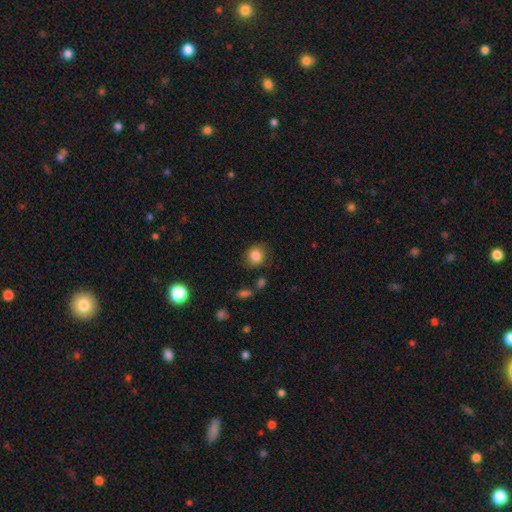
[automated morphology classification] A smooth galaxy with no disk features (84%) that is round (81%). Merging: none (83%).